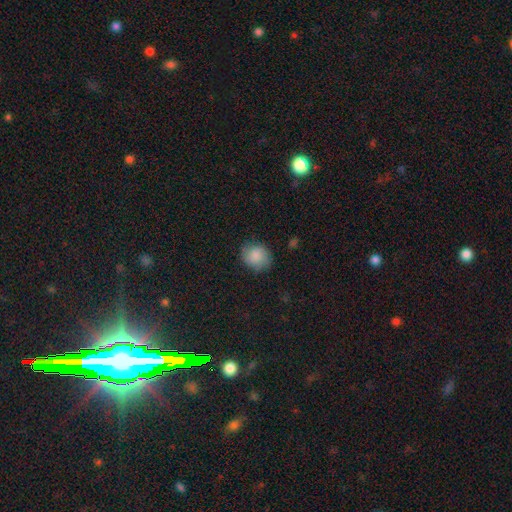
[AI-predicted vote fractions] This is clearly a smooth galaxy (86%). How rounded: likely round (70%). Merging: likely none (78%).